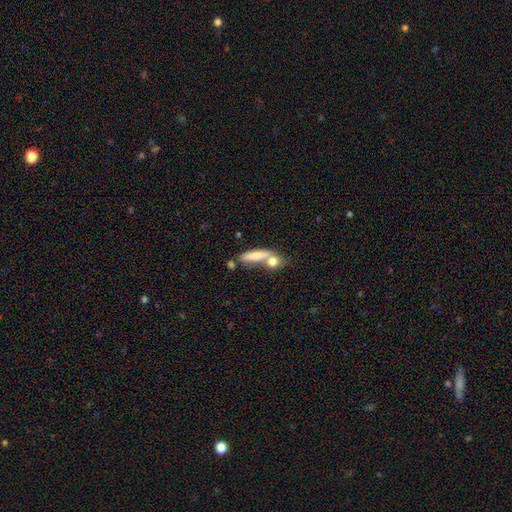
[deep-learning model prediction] Morphology: type=smooth (76%); roundness=cigar-shaped (59%); merging=none (46%).